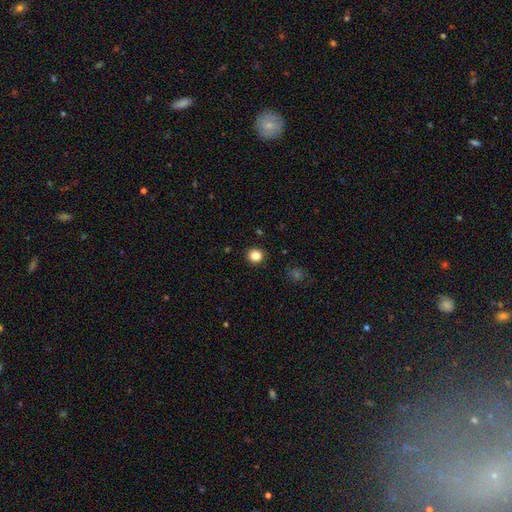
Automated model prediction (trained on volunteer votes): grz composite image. It shows a smooth galaxy with no disk features (85%) that is round (89%). Merging: none (91%).